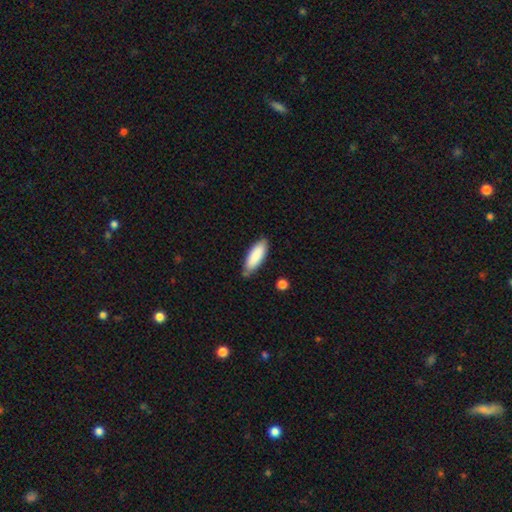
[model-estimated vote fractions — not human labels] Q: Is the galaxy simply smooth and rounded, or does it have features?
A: smooth — 87%.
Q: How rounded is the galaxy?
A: in between — 66%.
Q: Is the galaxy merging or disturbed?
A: none — 76%.